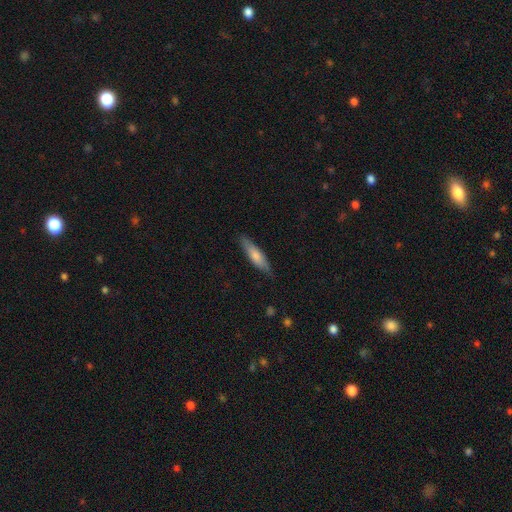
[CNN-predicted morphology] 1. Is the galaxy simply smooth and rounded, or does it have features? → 69% smooth, 26% featured or disk, 6% star or artifact.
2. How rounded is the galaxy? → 69% cigar-shaped, 29% in between, 2% round.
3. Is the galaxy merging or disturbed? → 80% none, 16% minor disturbance, 3% major disturbance, 1% merger.